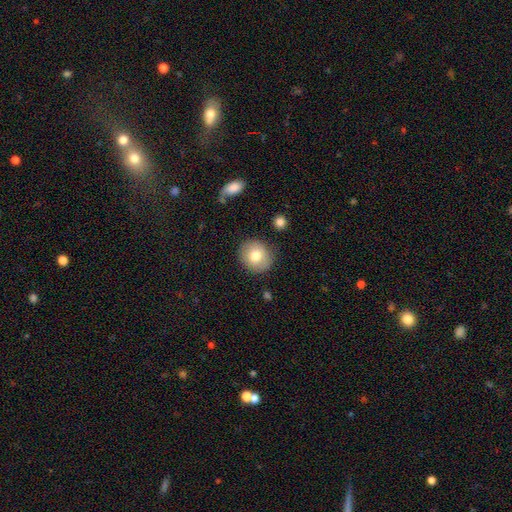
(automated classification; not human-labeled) Smooth or featured? smooth (76%)
How rounded? round (81%)
Merging? none (86%)